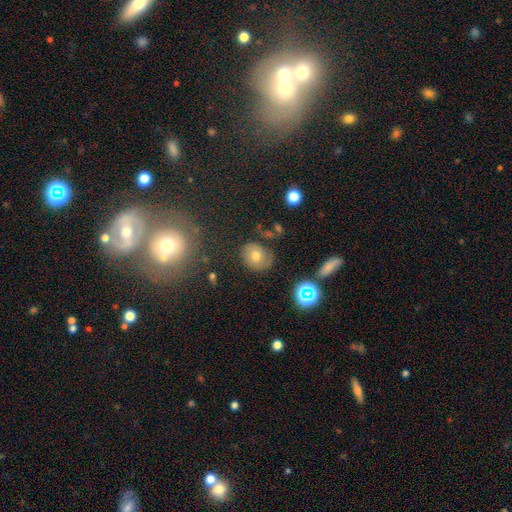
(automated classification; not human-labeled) smooth-or-featured: smooth: 65% | featured or disk: 21% | star or artifact: 14%
  how-rounded: round: 55% | in between: 44% | cigar-shaped: 1%
  merging: none: 74% | minor disturbance: 17% | major disturbance: 6% | merger: 3%